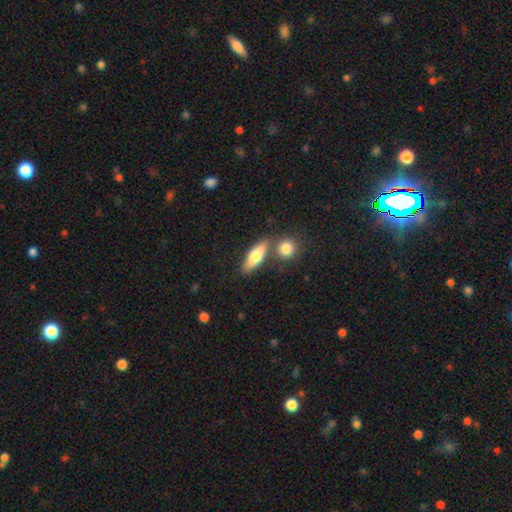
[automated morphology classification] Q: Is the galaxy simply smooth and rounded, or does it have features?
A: smooth — 72%.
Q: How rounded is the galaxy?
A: in between — 61%.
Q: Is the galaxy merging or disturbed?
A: none — 63%.